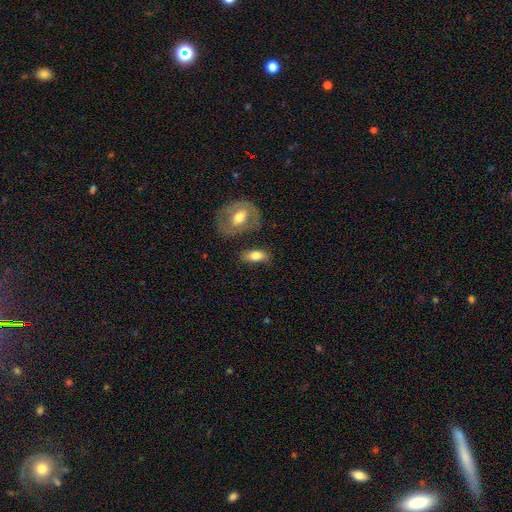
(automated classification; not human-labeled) Overall: smooth (76%). How rounded: in between (84%). Merging: none (73%).